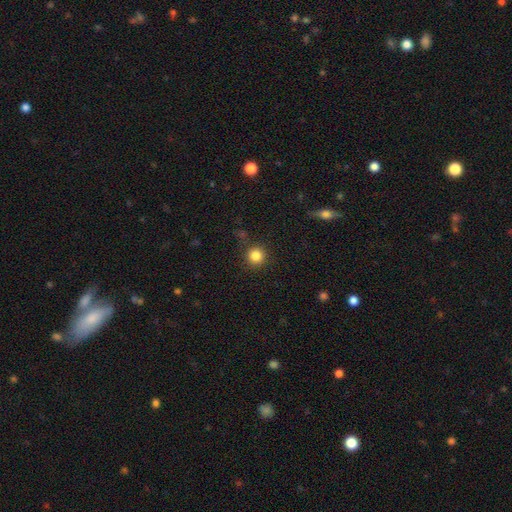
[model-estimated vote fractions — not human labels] A smooth galaxy with no disk features (84%) that is round (95%).

Vote fractions:
- Smooth or featured? smooth: 84% / star or artifact: 12% / featured or disk: 4%
- How rounded? round: 95% / in between: 4% / cigar-shaped: 1%
- Merging? none: 86% / minor disturbance: 8% / major disturbance: 3% / merger: 3%